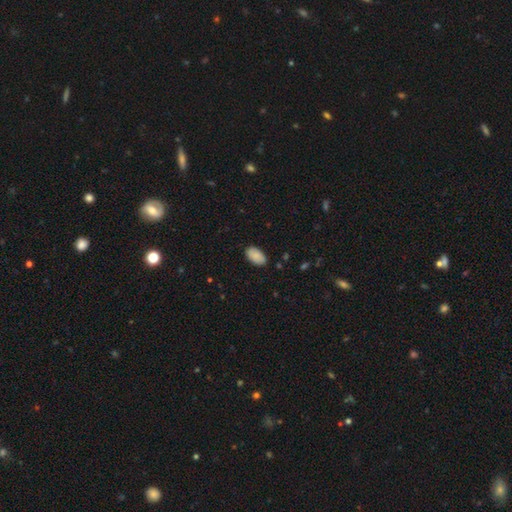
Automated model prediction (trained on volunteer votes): smooth-or-featured: smooth: 88% | star or artifact: 7% | featured or disk: 5%
  how-rounded: in between: 95% | round: 4% | cigar-shaped: 1%
  merging: none: 85% | minor disturbance: 11% | major disturbance: 2% | merger: 1%